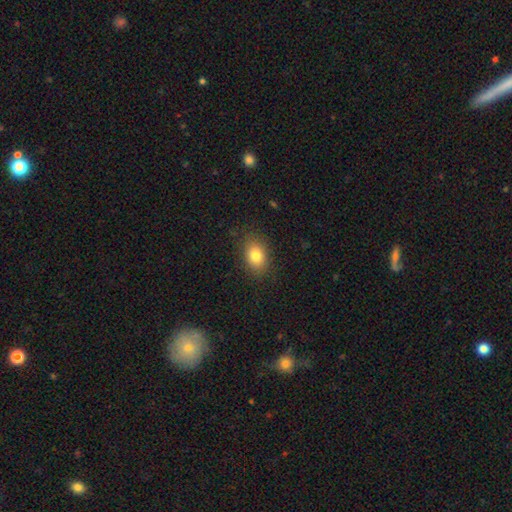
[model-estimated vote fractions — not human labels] smooth-or-featured: smooth: 81% | star or artifact: 10% | featured or disk: 9%
  how-rounded: in between: 75% | round: 24% | cigar-shaped: 1%
  merging: none: 86% | minor disturbance: 10% | major disturbance: 3% | merger: 1%